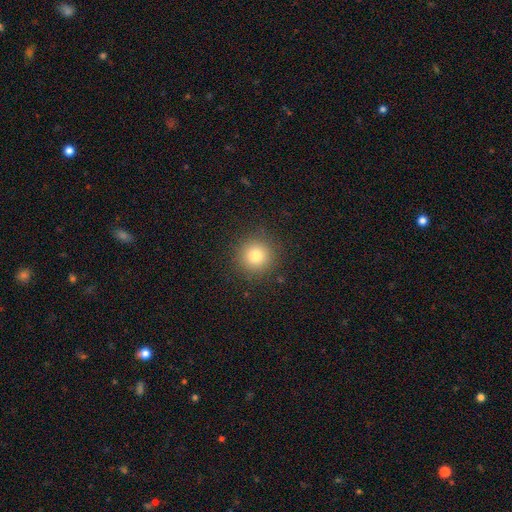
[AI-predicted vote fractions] A smooth galaxy with no disk features (80%) that is round (95%). Merging: none (90%).